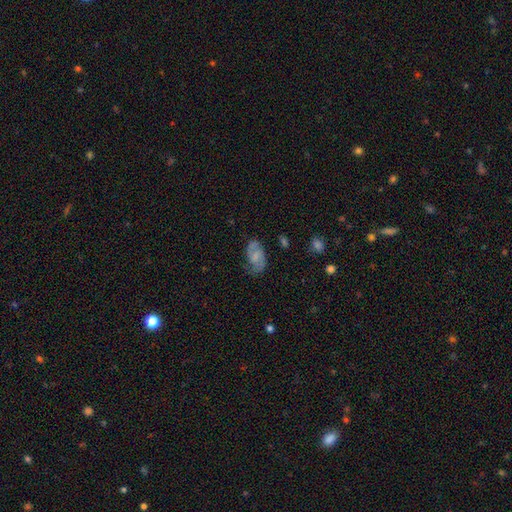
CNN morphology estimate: Smooth or featured?
  - featured or disk: 51% *
  - smooth: 41%
  - star or artifact: 8%
Edge-on disk?
  - no: 96% *
  - yes: 4%
Merging?
  - none: 64% *
  - minor disturbance: 24%
  - major disturbance: 10%
  - merger: 2%